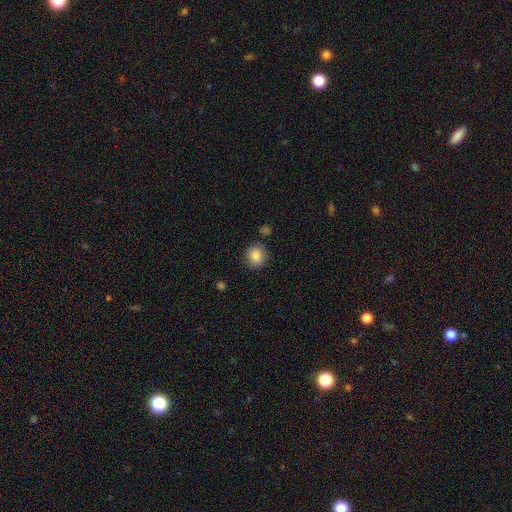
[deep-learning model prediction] Smooth or featured?
  - smooth: 86% *
  - star or artifact: 9%
  - featured or disk: 5%
How rounded?
  - round: 77% *
  - in between: 22%
  - cigar-shaped: 1%
Merging?
  - none: 84% *
  - minor disturbance: 10%
  - merger: 3%
  - major disturbance: 3%